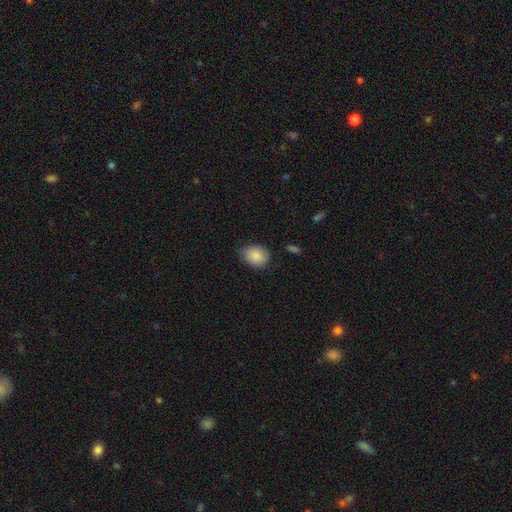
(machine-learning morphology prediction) Smooth or featured? smooth (88%)
How rounded? in between (57%)
Merging? none (73%)